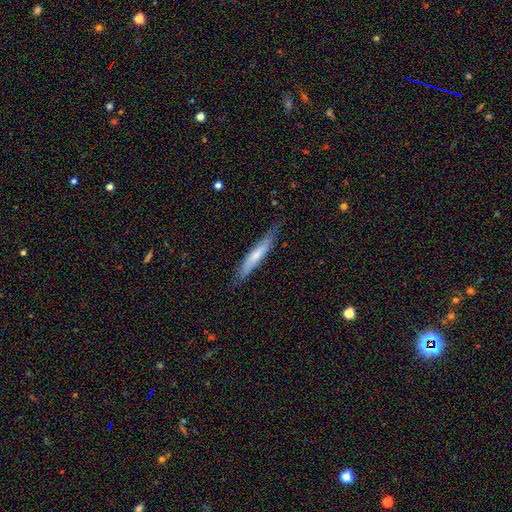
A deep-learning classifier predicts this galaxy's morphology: A smooth galaxy with no disk features (59%) that is cigar-shaped (90%).

Vote fractions:
- Smooth or featured? smooth: 59% / featured or disk: 35% / star or artifact: 6%
- How rounded? cigar-shaped: 90% / in between: 9% / round: 1%
- Merging? none: 74% / minor disturbance: 21% / major disturbance: 4% / merger: 1%